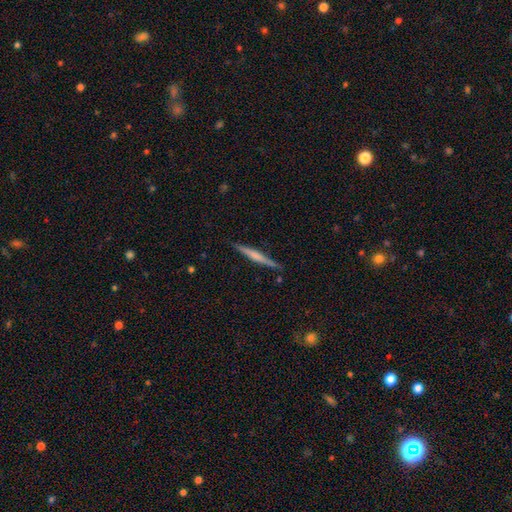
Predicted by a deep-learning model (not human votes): Morphology: type=featured or disk (53%); edge-on=yes (98%); edge-on bulge=none (46%); merging=none (87%).